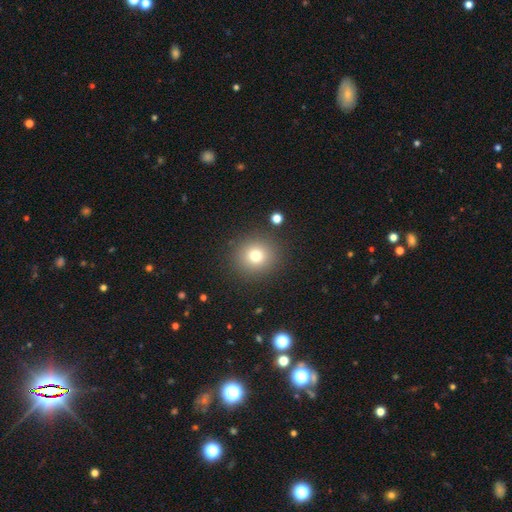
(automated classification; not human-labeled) This appears to be a smooth galaxy with no disk features (76%) that is round (92%). Merging: none (89%).